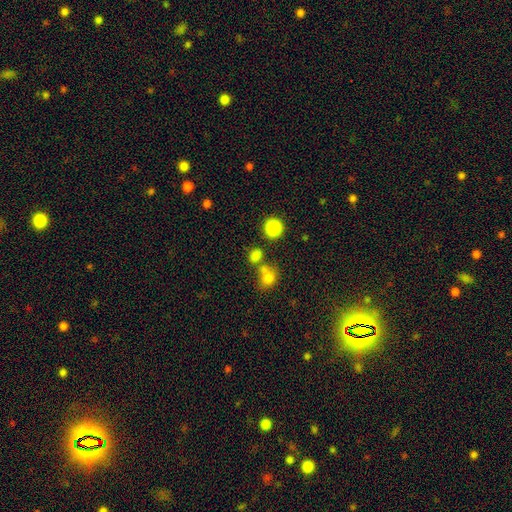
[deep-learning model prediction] Q: Smooth or featured?
A: smooth (74%); runner-up: star or artifact (19%)
Q: How rounded?
A: round (56%); runner-up: in between (43%)
Q: Merging?
A: none (57%); runner-up: merger (26%)